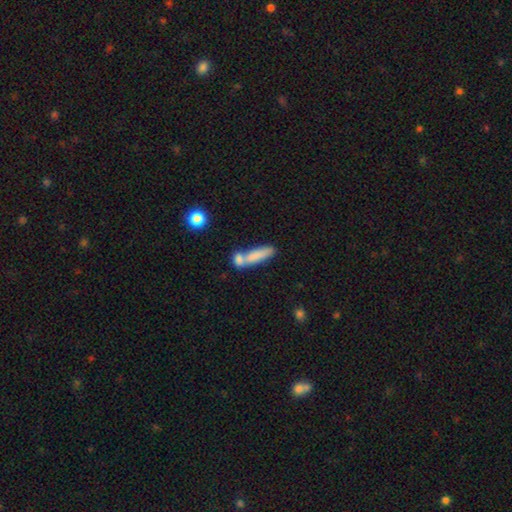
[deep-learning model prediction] This is likely a smooth galaxy (78%). How rounded: likely cigar-shaped (66%). Merging: marginally merger (43%).